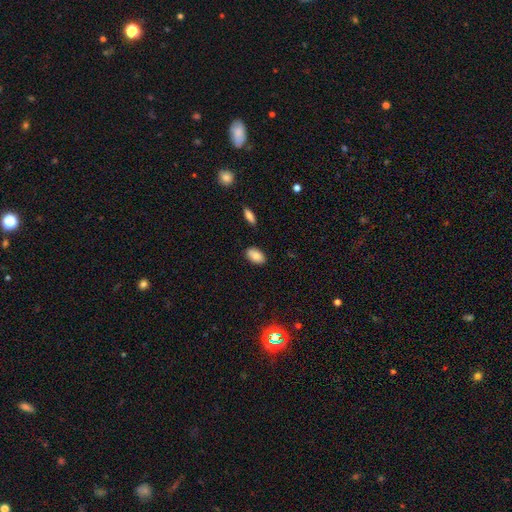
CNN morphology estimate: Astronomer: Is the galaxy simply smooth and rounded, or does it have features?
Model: smooth — 80%.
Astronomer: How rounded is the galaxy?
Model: in between — 91%.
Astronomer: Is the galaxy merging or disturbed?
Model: none — 86%.